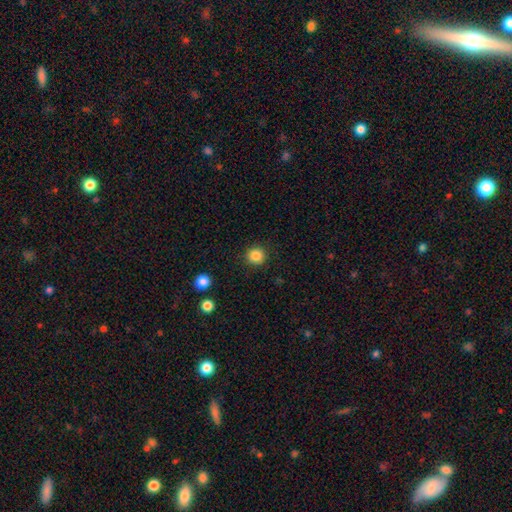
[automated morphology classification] Smooth or featured? smooth (85%)
How rounded? round (94%)
Merging? none (91%)